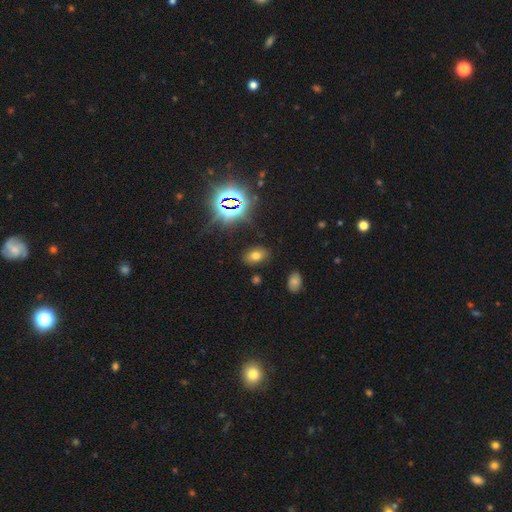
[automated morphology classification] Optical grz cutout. It shows a smooth galaxy with no disk features (61%) that is in between round and cigar-shaped (83%). Merging: none (84%).